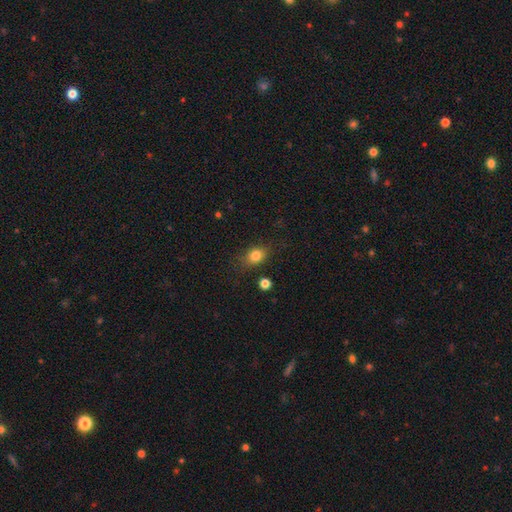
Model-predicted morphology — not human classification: Smooth or featured? Predicted: smooth (p=0.80). How rounded? Predicted: in between (p=0.55). Merging? Predicted: none (p=0.76).